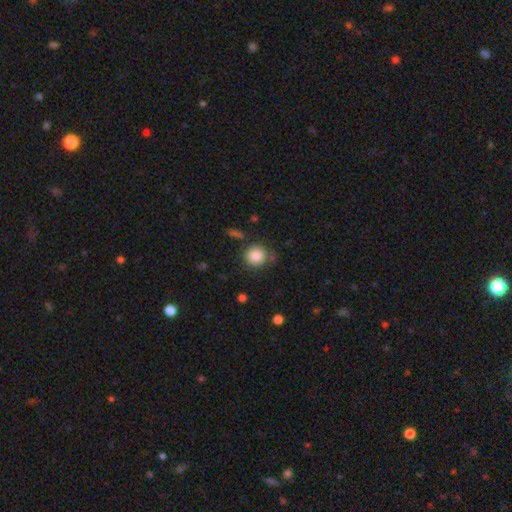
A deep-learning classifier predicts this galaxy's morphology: smooth-or-featured: smooth: 85% | star or artifact: 9% | featured or disk: 6%
  how-rounded: round: 88% | in between: 11% | cigar-shaped: 1%
  merging: none: 72% | minor disturbance: 17% | major disturbance: 6% | merger: 5%